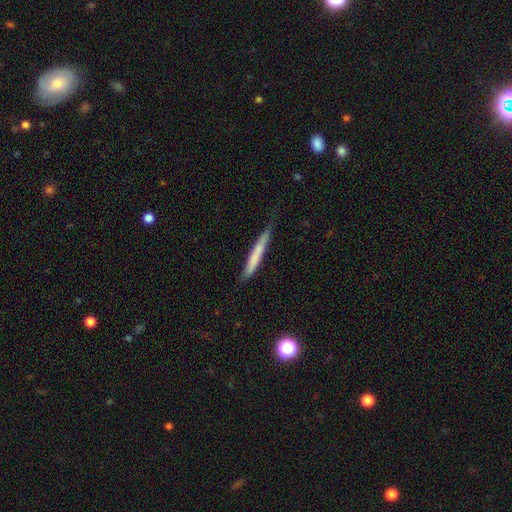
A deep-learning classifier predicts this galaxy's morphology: Q: Smooth or featured?
A: smooth (64%); runner-up: featured or disk (30%)
Q: How rounded?
A: cigar-shaped (96%); runner-up: in between (3%)
Q: Merging?
A: none (70%); runner-up: minor disturbance (24%)